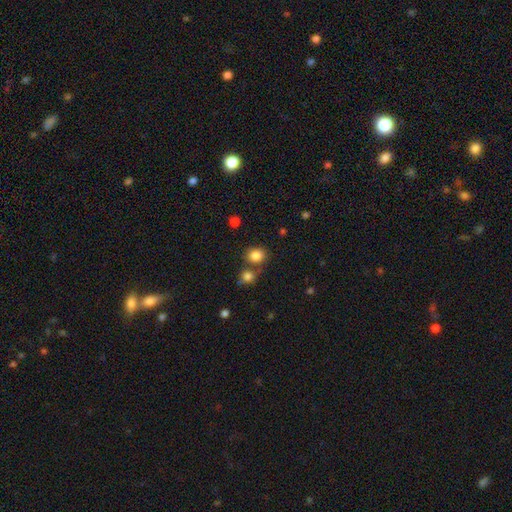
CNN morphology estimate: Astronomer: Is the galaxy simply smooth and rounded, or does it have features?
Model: smooth — 84%.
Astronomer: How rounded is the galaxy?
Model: round — 70%.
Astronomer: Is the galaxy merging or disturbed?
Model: none — 68%.